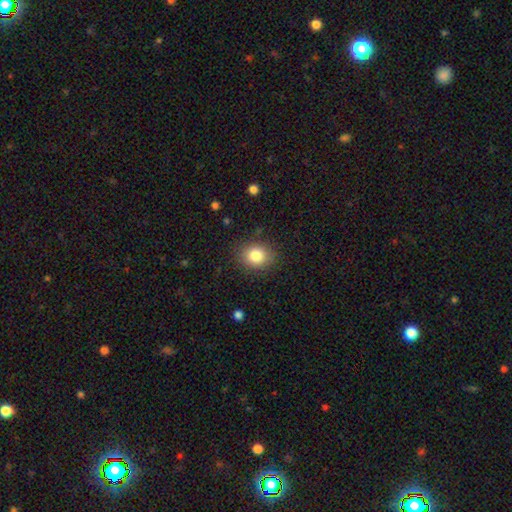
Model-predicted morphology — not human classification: smooth 84%, star or artifact 10%, featured or disk 7%. Down the decision tree: how rounded — round (61%); merging — none (86%).